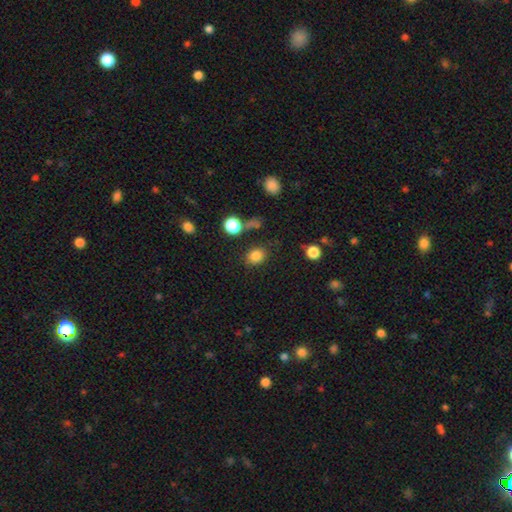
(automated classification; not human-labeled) Smooth or featured? Predicted: smooth (p=0.83). How rounded? Predicted: round (p=0.54). Merging? Predicted: none (p=0.79).